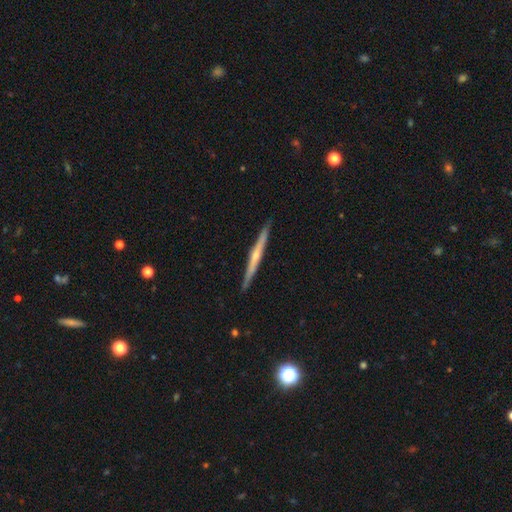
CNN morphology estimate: featured or disk 70%, smooth 25%, star or artifact 5%. Down the decision tree: edge-on disk — yes (98%); edge-on bulge — rounded (59%); merging — none (91%).